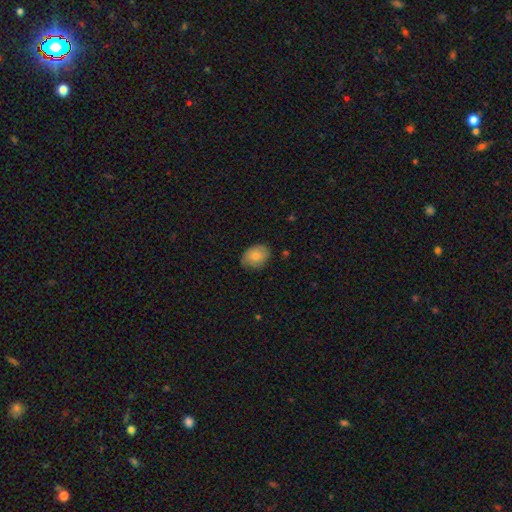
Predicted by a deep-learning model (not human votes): smooth_or_featured: smooth (p=0.82) [alt: featured or disk p=0.11]
how_rounded: in between (p=0.71) [alt: round p=0.28]
merging: none (p=0.78) [alt: minor disturbance p=0.18]